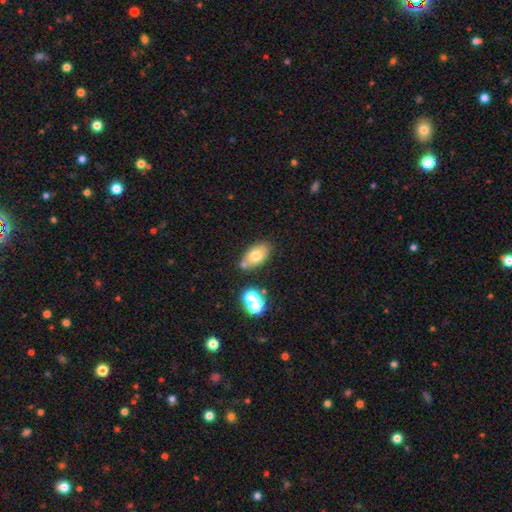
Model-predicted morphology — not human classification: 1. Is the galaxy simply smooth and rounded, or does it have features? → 72% smooth, 17% featured or disk, 11% star or artifact.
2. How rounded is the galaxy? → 88% in between, 9% round, 3% cigar-shaped.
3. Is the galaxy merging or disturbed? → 66% none, 15% merger, 15% minor disturbance, 4% major disturbance.